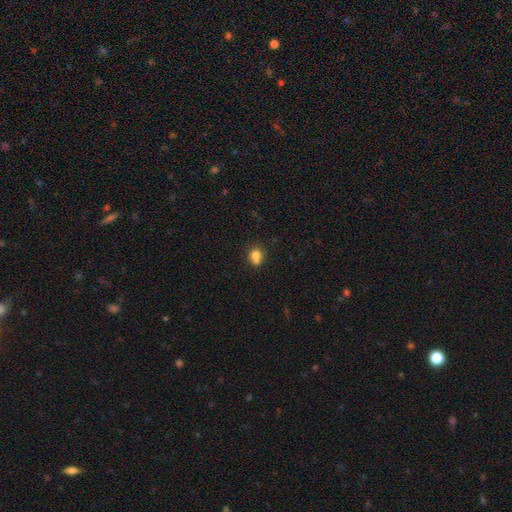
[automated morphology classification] smooth_or_featured: smooth (p=0.78) [alt: star or artifact p=0.11]
how_rounded: round (p=0.75) [alt: in between p=0.24]
merging: none (p=0.51) [alt: merger p=0.30]